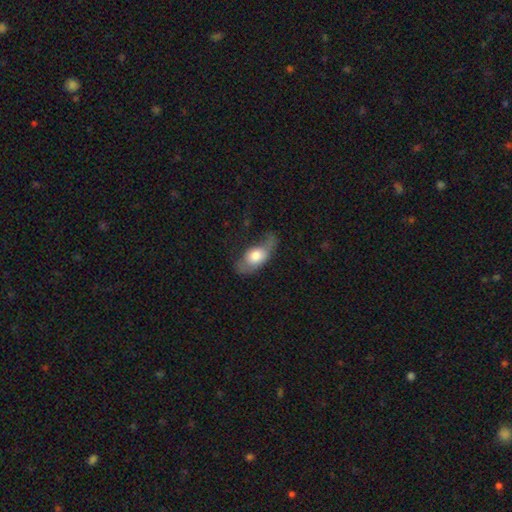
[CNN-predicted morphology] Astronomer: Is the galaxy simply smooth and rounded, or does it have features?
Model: smooth — 66%.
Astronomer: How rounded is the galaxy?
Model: in between — 86%.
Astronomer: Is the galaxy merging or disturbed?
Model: none — 35% (runner-up: minor disturbance, 33%).